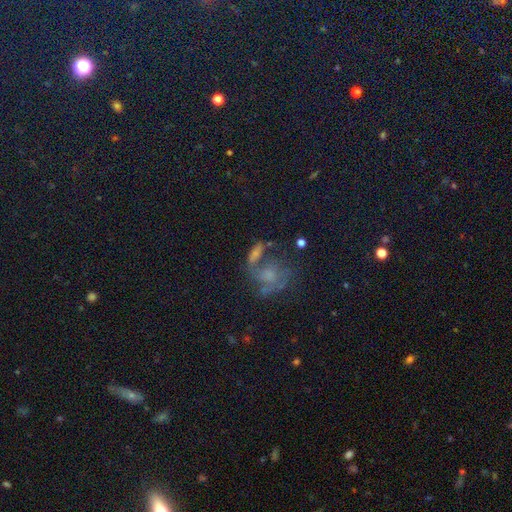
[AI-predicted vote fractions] A featured or disk galaxy (41%). Merging: none (35%).